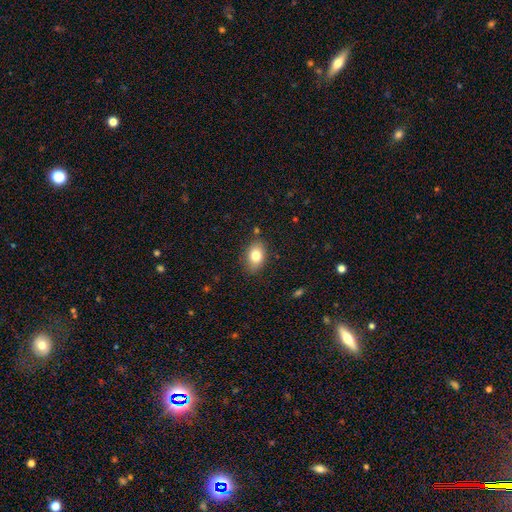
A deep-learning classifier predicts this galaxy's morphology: The model was most divided on "how rounded": in between: 80%, round: 18%, cigar-shaped: 1%. More confident: merging — none (83%); smooth or featured — smooth (81%).